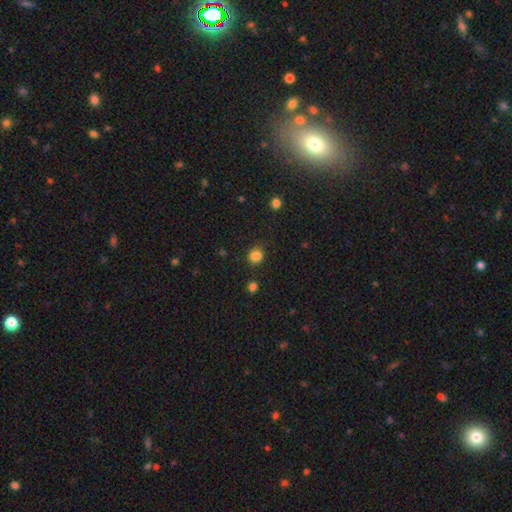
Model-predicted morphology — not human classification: Smooth or featured: smooth — 83% (star or artifact — 13%)
How rounded: round — 70% (in between — 29%)
Merging: none — 77% (minor disturbance — 14%)